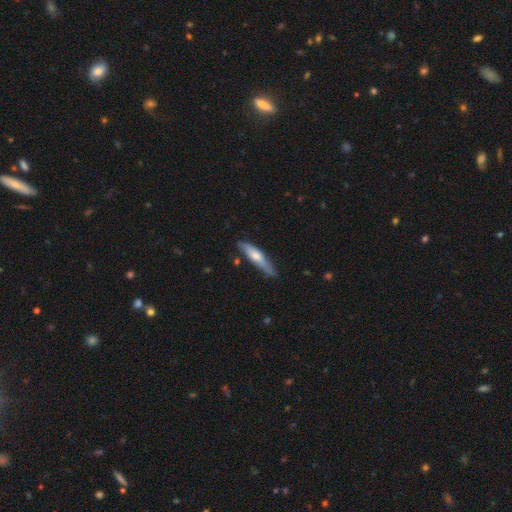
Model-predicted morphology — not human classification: Smooth or featured? Predicted: smooth (p=0.54). How rounded? Predicted: cigar-shaped (p=0.82). Merging? Predicted: none (p=0.72).